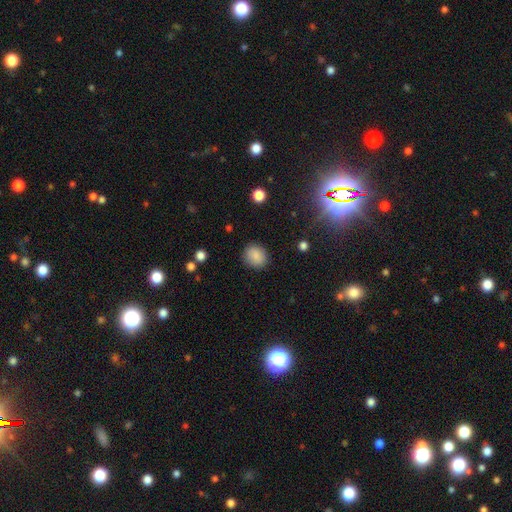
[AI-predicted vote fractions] A smooth galaxy with no disk features (86%) that is round (74%). Merging: none (87%).